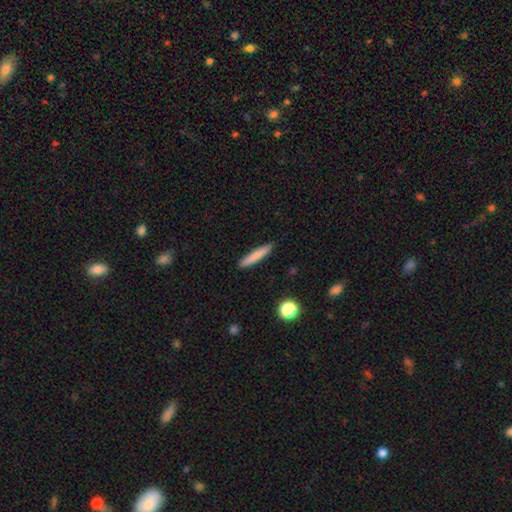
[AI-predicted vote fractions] Morphology: type=smooth (78%); roundness=cigar-shaped (93%); merging=none (89%).